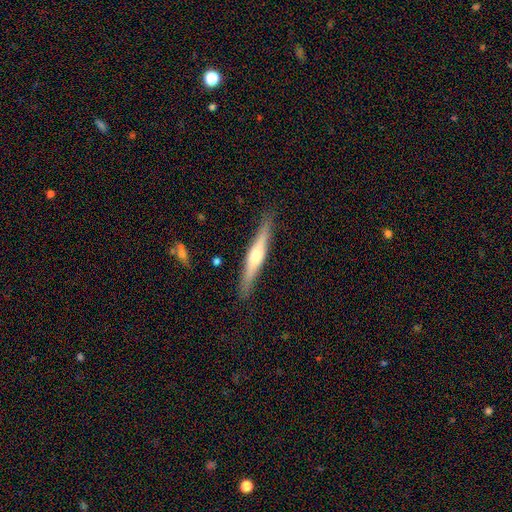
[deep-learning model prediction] This is likely a featured or disk galaxy (64%). It is clearly viewed edge-on (96%). Edge-on bulge: clearly rounded (85%). Merging: clearly none (89%).